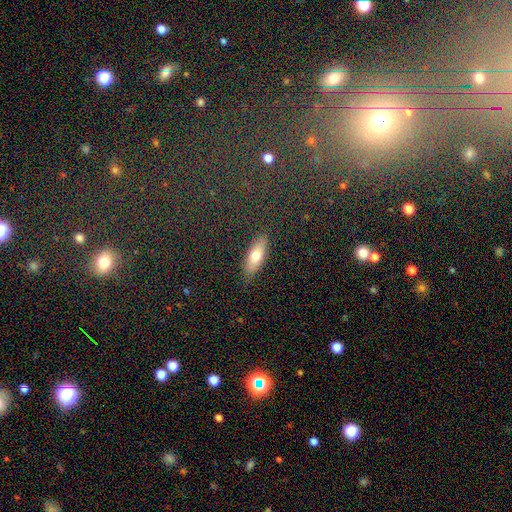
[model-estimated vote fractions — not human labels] A smooth galaxy with no disk features (70%) that is in between round and cigar-shaped (60%). Merging: none (86%).